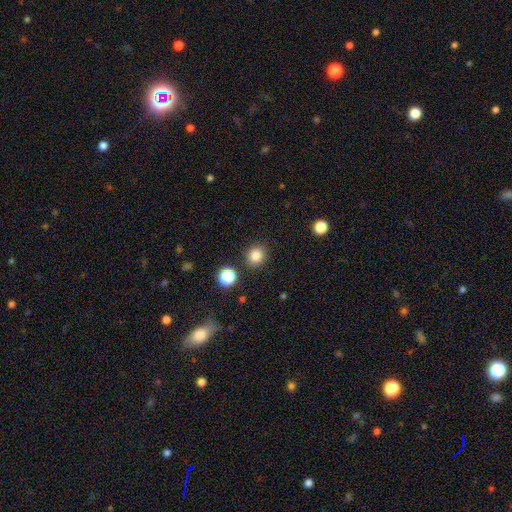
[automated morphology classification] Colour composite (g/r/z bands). It shows a smooth galaxy with no disk features (82%) that is round (79%). Merging: none (87%).